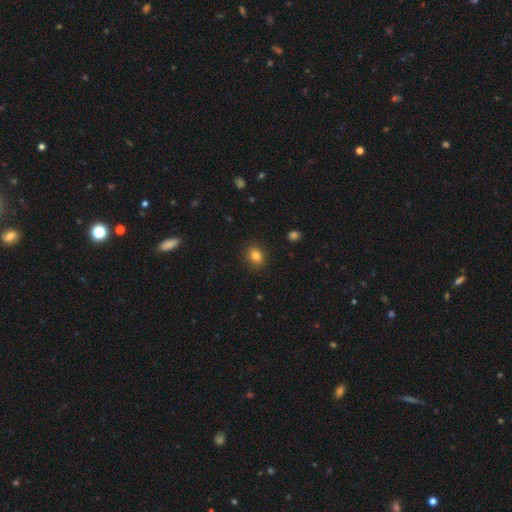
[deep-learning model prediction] This appears to be a smooth galaxy with no disk features (83%) that is in between round and cigar-shaped (51%). Merging: none (89%).